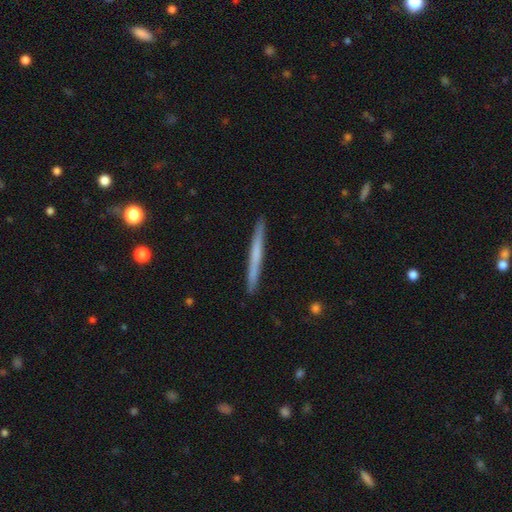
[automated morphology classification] A smooth galaxy with no disk features (51%) that is cigar-shaped (97%).

Vote fractions:
- Smooth or featured? smooth: 51% / featured or disk: 43% / star or artifact: 6%
- How rounded? cigar-shaped: 97% / in between: 2% / round: 1%
- Merging? none: 92% / minor disturbance: 6% / major disturbance: 1% / merger: 1%